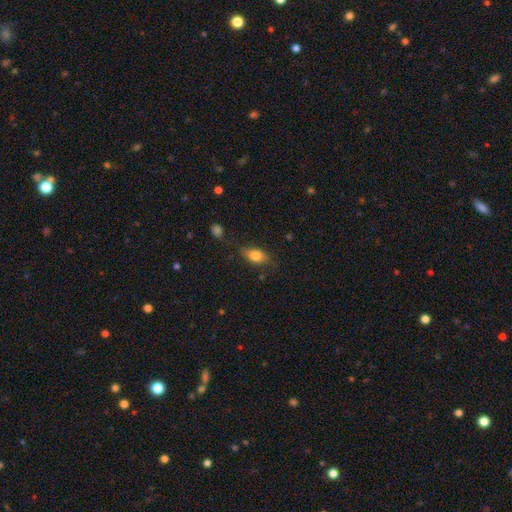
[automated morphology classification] smooth_or_featured: smooth (p=0.79) [alt: featured or disk p=0.13]
how_rounded: in between (p=0.83) [alt: round p=0.12]
merging: none (p=0.71) [alt: minor disturbance p=0.21]